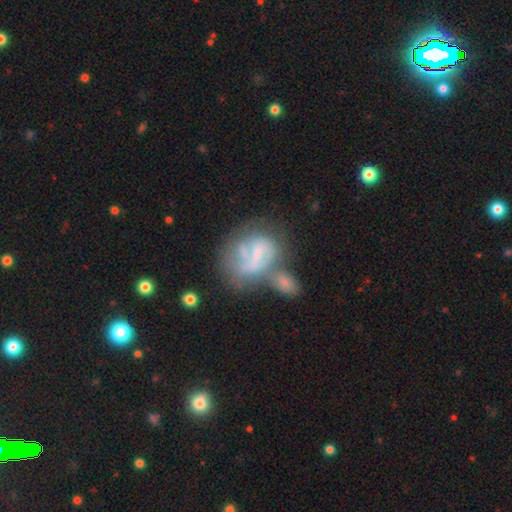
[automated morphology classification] This appears to be a featured or disk galaxy (58%) with no bar (42%), spiral arms (50%, tied with no) and no central bulge (41%). Merging: merger (38%).